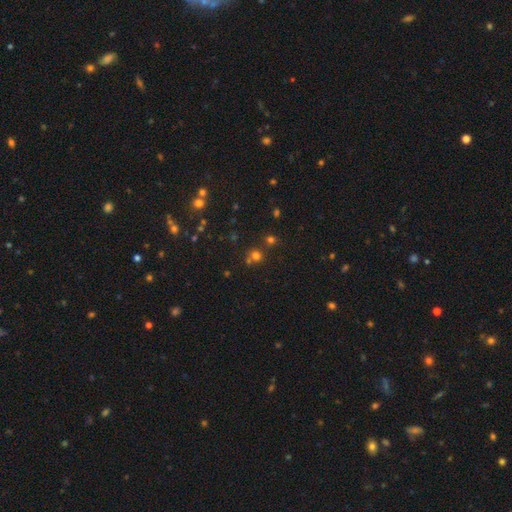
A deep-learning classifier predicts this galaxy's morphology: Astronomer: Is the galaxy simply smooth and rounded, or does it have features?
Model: smooth — 63%.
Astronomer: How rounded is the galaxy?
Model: round — 89%.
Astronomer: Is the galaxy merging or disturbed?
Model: none — 66%.